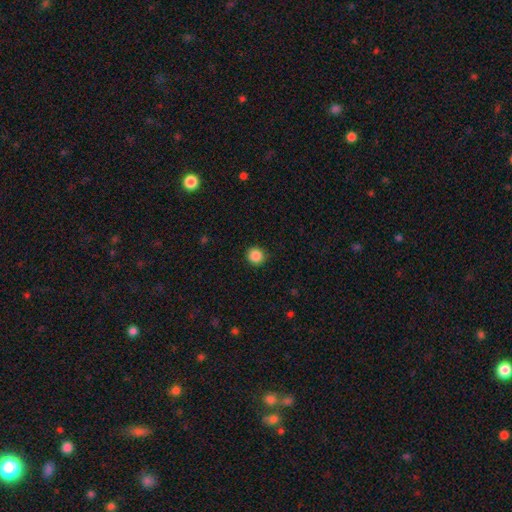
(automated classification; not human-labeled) This appears to be a smooth galaxy with no disk features (87%) that is round (92%). Merging: none (90%).